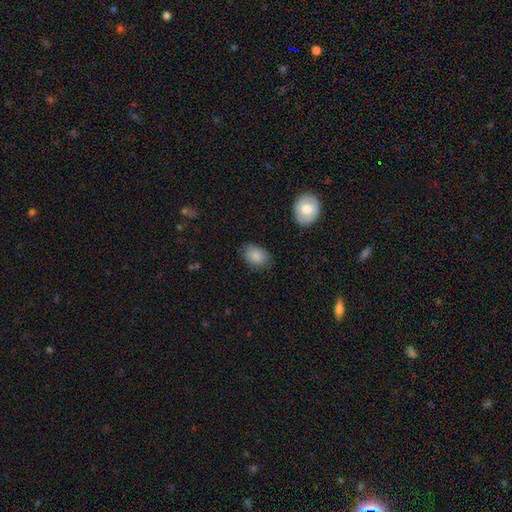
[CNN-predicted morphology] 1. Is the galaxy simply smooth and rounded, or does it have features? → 85% smooth, 8% star or artifact, 7% featured or disk.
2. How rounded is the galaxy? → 79% in between, 20% round, 1% cigar-shaped.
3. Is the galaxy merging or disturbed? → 77% none, 18% minor disturbance, 3% major disturbance, 2% merger.